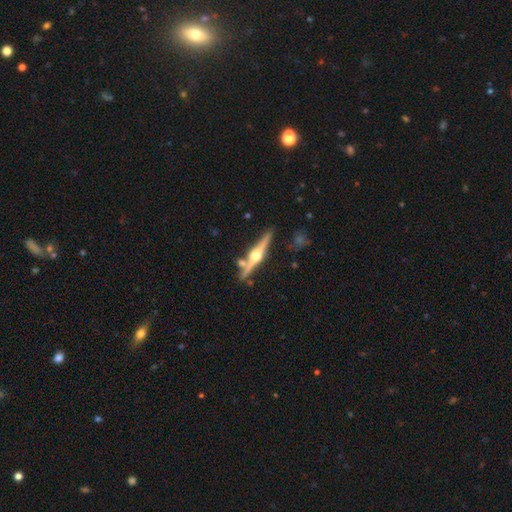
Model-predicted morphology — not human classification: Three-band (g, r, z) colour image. It shows a featured or disk galaxy (81%) viewed edge-on (98%) with a rounded central bulge (96%). Merging: none (79%).